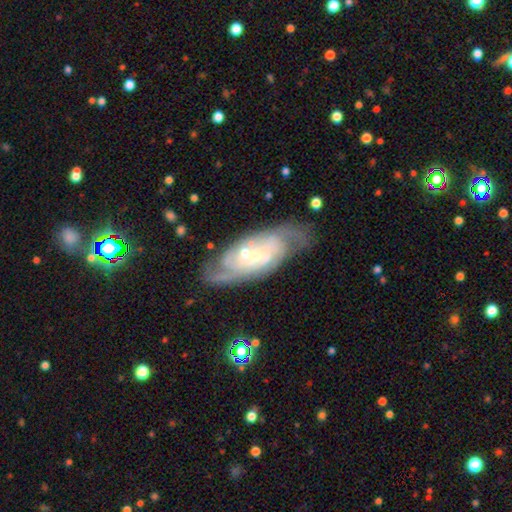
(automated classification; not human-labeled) Smooth or featured: featured or disk — 82% (smooth — 11%)
Edge-on disk: no — 92% (yes — 8%)
Bar: no — 56% (weak — 33%)
Spiral arms: yes — 94% (no — 6%)
Spiral winding: tight — 60% (medium — 32%)
Spiral arm count: 2 — 39% (can't tell — 30%)
Bulge size: small — 67% (moderate — 27%)
Merging: none — 67% (minor disturbance — 19%)